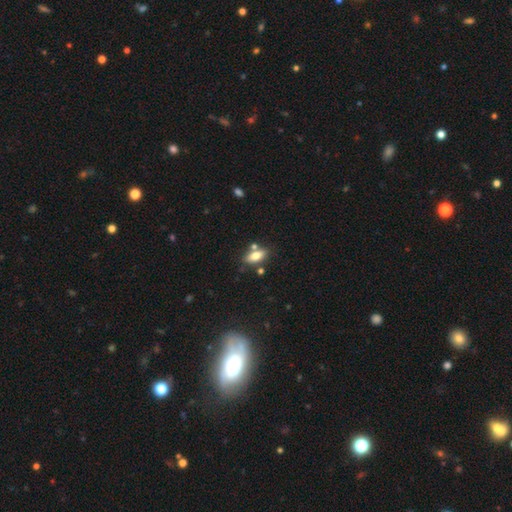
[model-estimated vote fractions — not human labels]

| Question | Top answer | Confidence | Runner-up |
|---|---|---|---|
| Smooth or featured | smooth | 74% | featured or disk (18%) |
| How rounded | in between | 80% | cigar-shaped (17%) |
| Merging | none | 70% | merger (13%) |